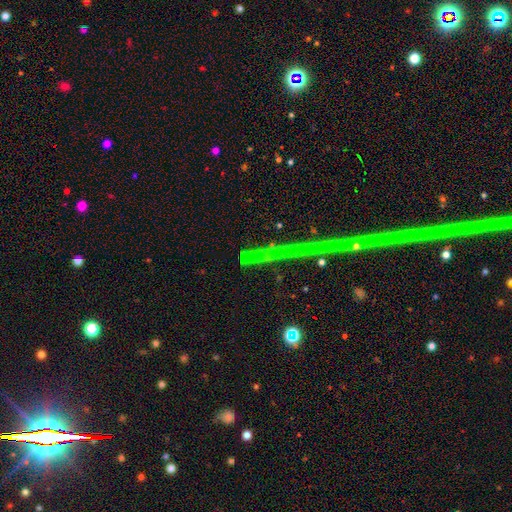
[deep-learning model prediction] star or artifact 81%, featured or disk 11%, smooth 9%.